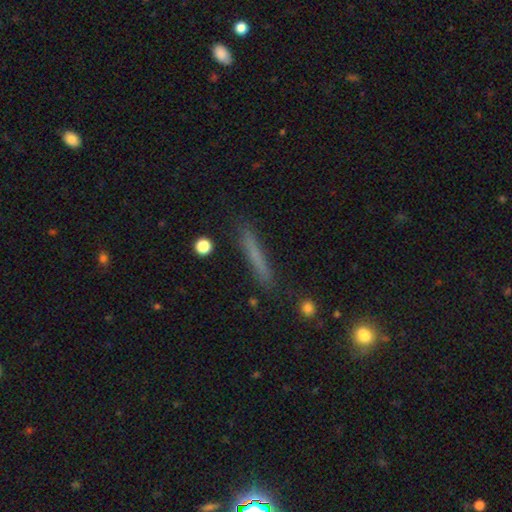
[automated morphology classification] Q: Smooth or featured?
A: smooth (65%); runner-up: featured or disk (26%)
Q: How rounded?
A: cigar-shaped (95%); runner-up: in between (3%)
Q: Merging?
A: none (85%); runner-up: minor disturbance (10%)